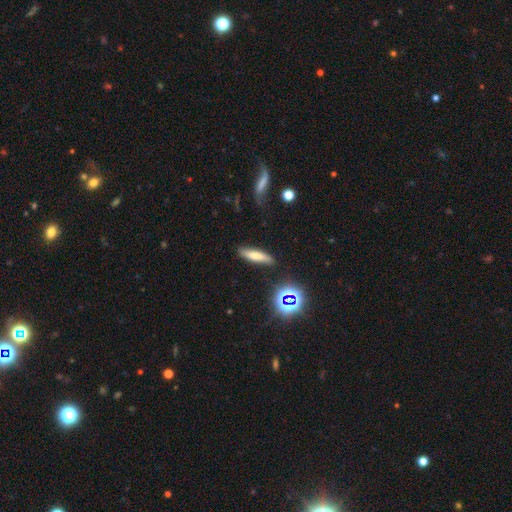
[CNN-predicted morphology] smooth 65%, featured or disk 23%, star or artifact 12%. Down the decision tree: how rounded — cigar-shaped (73%); merging — none (82%).